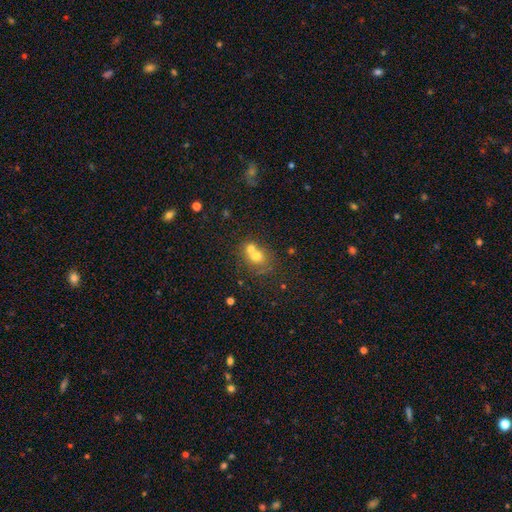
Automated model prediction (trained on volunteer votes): Morphology: type=smooth (67%); roundness=round (67%); merging=merger (59%).